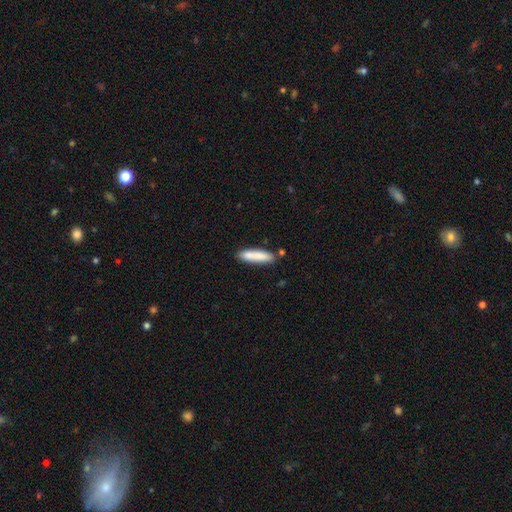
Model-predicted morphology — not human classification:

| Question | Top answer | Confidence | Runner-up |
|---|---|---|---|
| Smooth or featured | smooth | 83% | featured or disk (11%) |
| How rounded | cigar-shaped | 76% | in between (22%) |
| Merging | none | 78% | minor disturbance (13%) |